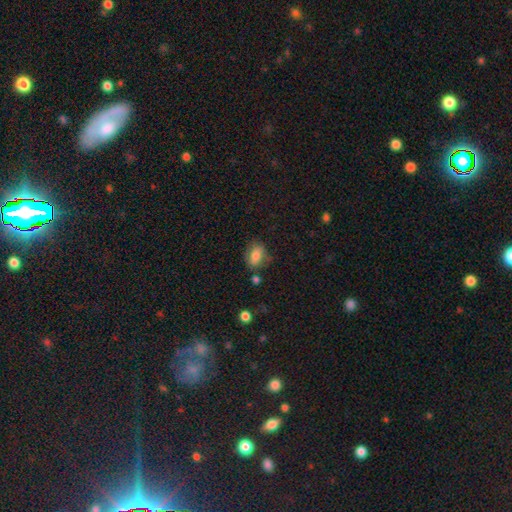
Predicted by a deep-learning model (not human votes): Q: Smooth or featured?
A: smooth (79%); runner-up: featured or disk (12%)
Q: How rounded?
A: in between (79%); runner-up: round (19%)
Q: Merging?
A: none (64%); runner-up: minor disturbance (23%)